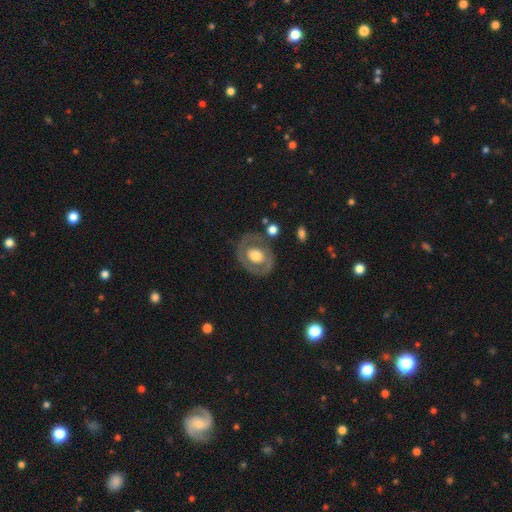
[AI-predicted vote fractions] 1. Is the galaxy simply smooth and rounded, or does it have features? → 59% featured or disk, 36% smooth, 6% star or artifact.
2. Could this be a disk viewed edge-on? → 95% no, 5% yes.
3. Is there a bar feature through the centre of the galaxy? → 82% no, 14% weak, 4% strong.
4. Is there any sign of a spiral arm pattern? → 70% no, 30% yes.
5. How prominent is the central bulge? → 45% moderate, 44% large, 5% small, 4% dominant, 2% none.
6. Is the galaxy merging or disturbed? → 72% none, 16% minor disturbance, 8% major disturbance, 4% merger.